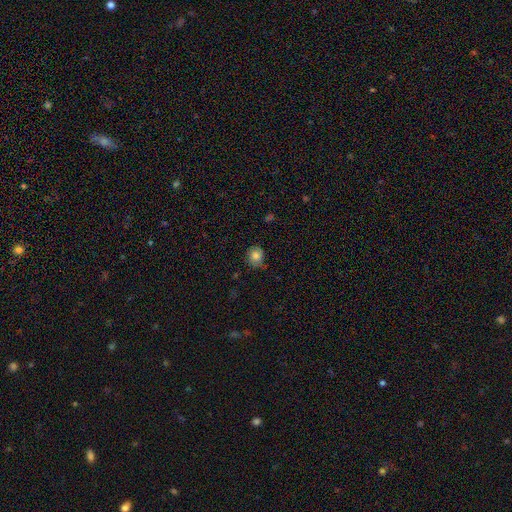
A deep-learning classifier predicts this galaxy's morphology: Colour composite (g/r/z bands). It shows a smooth galaxy with no disk features (79%) that is round (74%). Merging: none (69%).